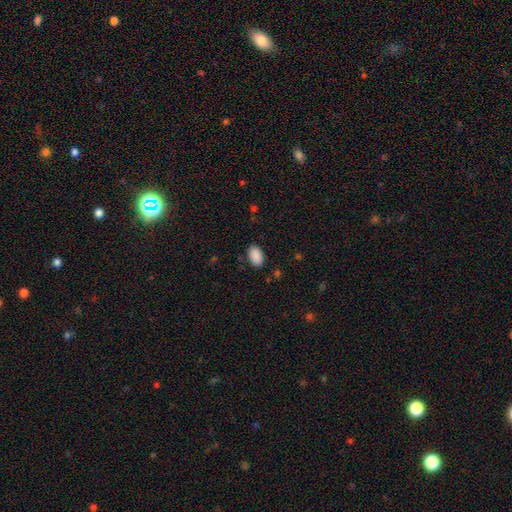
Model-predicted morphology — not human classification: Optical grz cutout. It shows a smooth galaxy with no disk features (90%) that is in between round and cigar-shaped (94%). Merging: none (87%).